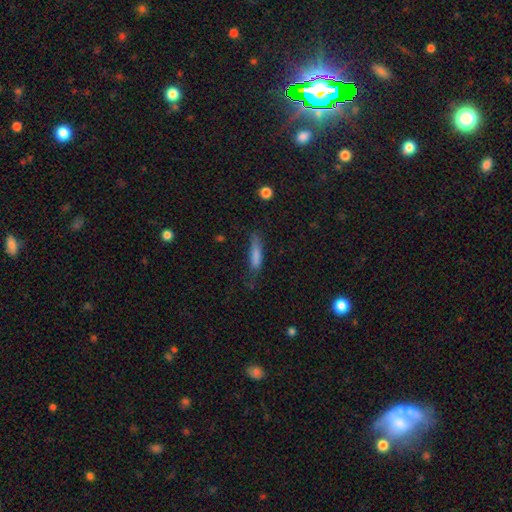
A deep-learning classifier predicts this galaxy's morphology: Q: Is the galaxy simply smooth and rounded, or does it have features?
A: smooth — 79%.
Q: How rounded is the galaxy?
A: cigar-shaped — 72%.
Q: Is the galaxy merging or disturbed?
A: none — 56%.